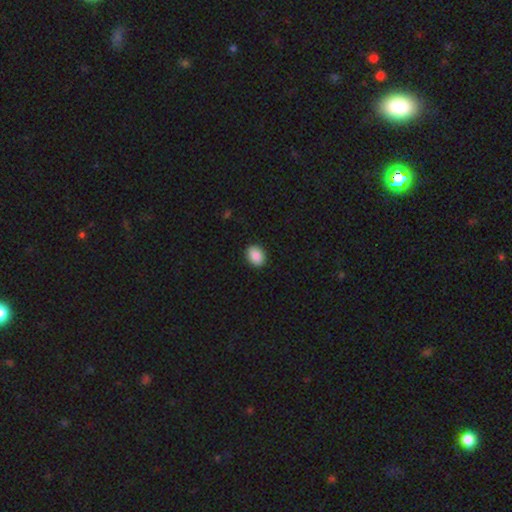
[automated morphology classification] This appears to be a smooth galaxy with no disk features (90%) that is in between round and cigar-shaped (68%). Merging: none (91%).